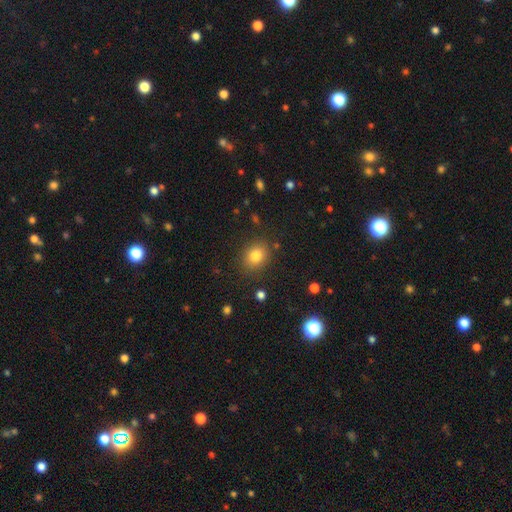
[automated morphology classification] Smooth or featured: smooth — 81% (star or artifact — 11%)
How rounded: round — 51% (in between — 48%)
Merging: none — 84% (minor disturbance — 11%)